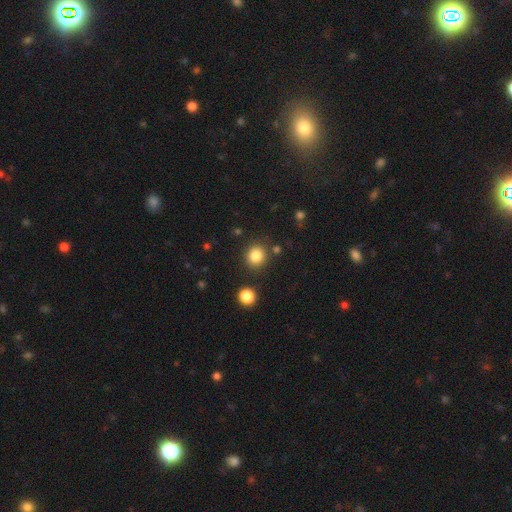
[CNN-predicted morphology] A smooth galaxy with no disk features (84%) that is round (83%).

Vote fractions:
- Smooth or featured? smooth: 84% / star or artifact: 11% / featured or disk: 4%
- How rounded? round: 83% / in between: 16% / cigar-shaped: 1%
- Merging? none: 84% / minor disturbance: 8% / merger: 5% / major disturbance: 3%